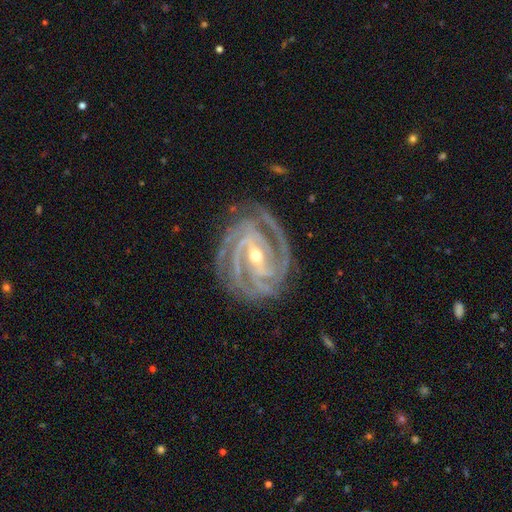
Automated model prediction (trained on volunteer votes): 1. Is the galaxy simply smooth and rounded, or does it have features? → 94% featured or disk, 4% star or artifact, 2% smooth.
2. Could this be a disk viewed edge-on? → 97% no, 3% yes.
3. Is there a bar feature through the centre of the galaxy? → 55% strong, 33% weak, 13% no.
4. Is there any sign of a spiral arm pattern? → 99% yes, 1% no.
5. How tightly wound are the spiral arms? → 73% tight, 24% medium, 3% loose.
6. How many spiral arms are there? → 40% 3, 20% 4, 19% 2, 8% can't tell, 6% more than 4, 6% 1.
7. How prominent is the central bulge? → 51% moderate, 46% small, 2% large, 1% none, 1% dominant.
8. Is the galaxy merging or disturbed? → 79% none, 15% minor disturbance, 5% major disturbance, 1% merger.